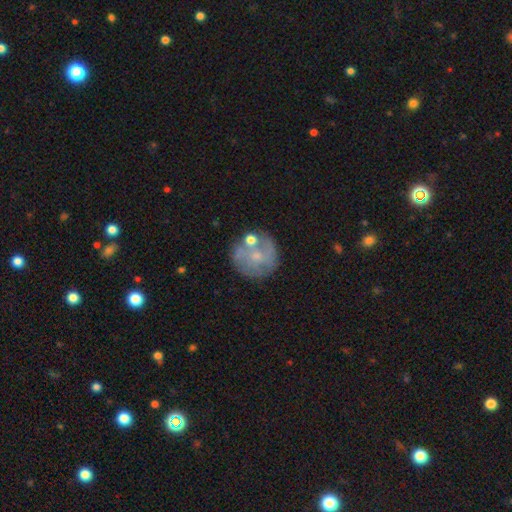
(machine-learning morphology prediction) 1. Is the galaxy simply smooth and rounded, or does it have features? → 49% featured or disk, 42% smooth, 9% star or artifact.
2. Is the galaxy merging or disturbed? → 63% none, 17% minor disturbance, 12% merger, 8% major disturbance.